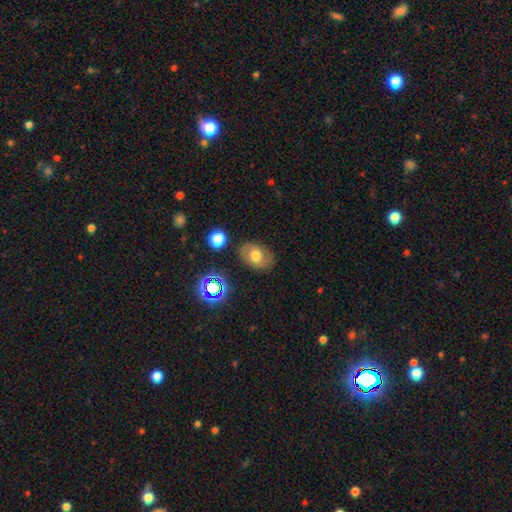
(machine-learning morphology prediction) A smooth galaxy with no disk features (64%) that is in between round and cigar-shaped (76%). Merging: none (81%).